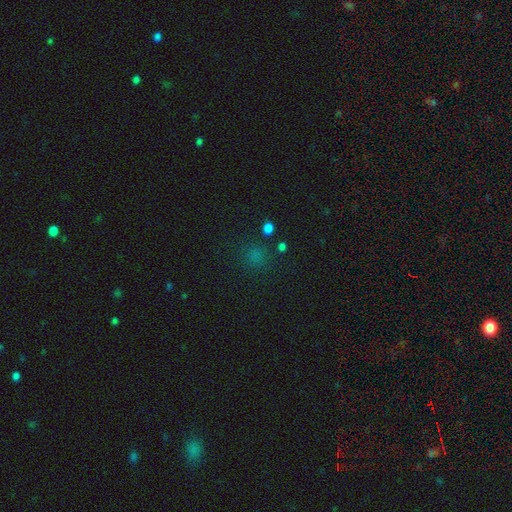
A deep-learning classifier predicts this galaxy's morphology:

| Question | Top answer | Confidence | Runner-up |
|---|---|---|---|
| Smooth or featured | smooth | 59% | star or artifact (35%) |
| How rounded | round | 85% | in between (14%) |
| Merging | none | 79% | minor disturbance (11%) |